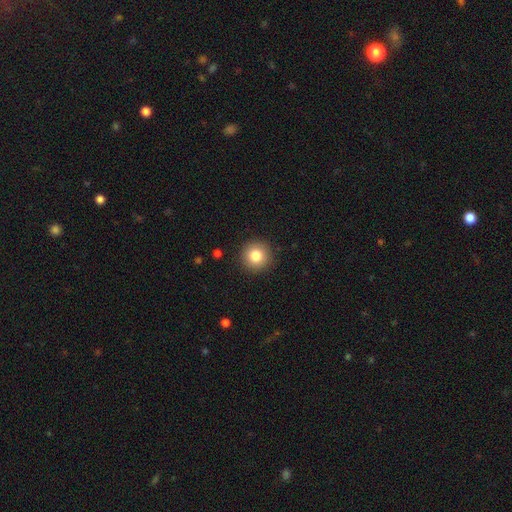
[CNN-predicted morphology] Smooth or featured: smooth — 82% (star or artifact — 10%)
How rounded: round — 95% (in between — 4%)
Merging: none — 91% (minor disturbance — 6%)